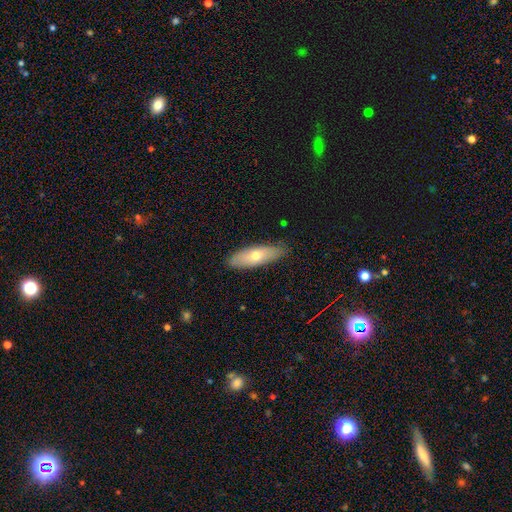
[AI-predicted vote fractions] smooth_or_featured: smooth (p=0.62) [alt: featured or disk p=0.32]
how_rounded: in between (p=0.56) [alt: cigar-shaped p=0.41]
merging: none (p=0.84) [alt: minor disturbance p=0.12]